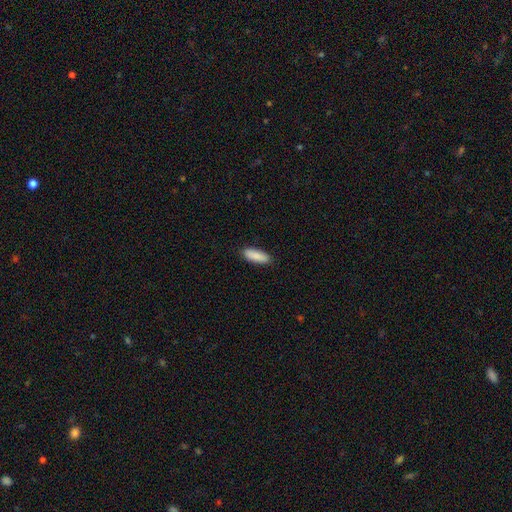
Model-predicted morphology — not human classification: type=smooth (89%); roundness=in between (60%); merging=none (89%).